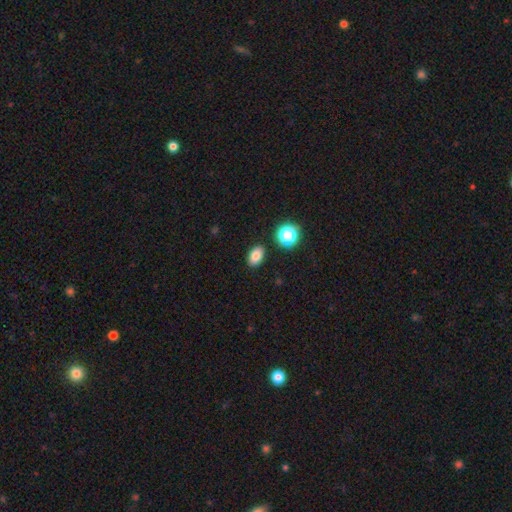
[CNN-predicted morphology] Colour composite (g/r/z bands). It shows a smooth galaxy with no disk features (81%) that is in between round and cigar-shaped (84%). Merging: none (88%).